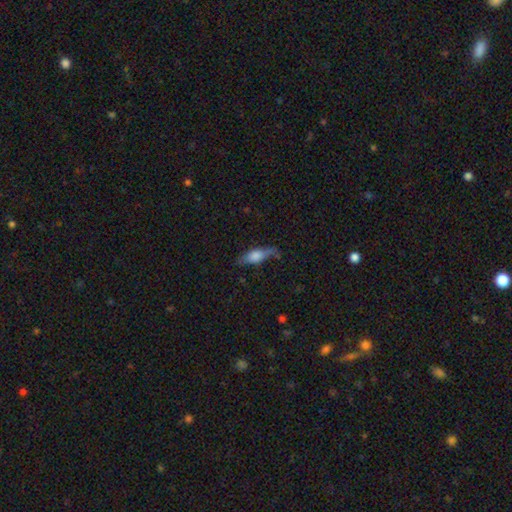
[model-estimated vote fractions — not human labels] The model was most divided on "how rounded": in between: 60%, cigar-shaped: 36%, round: 4%. More confident: smooth or featured — smooth (64%); merging — none (59%).